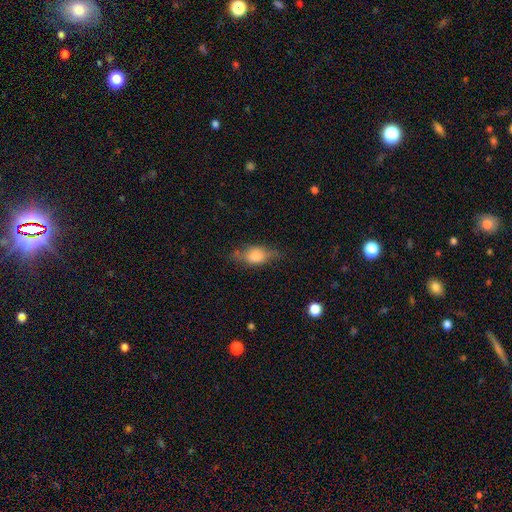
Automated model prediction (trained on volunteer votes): This is likely a smooth galaxy (61%). How rounded: likely in between (74%). Merging: likely none (65%).